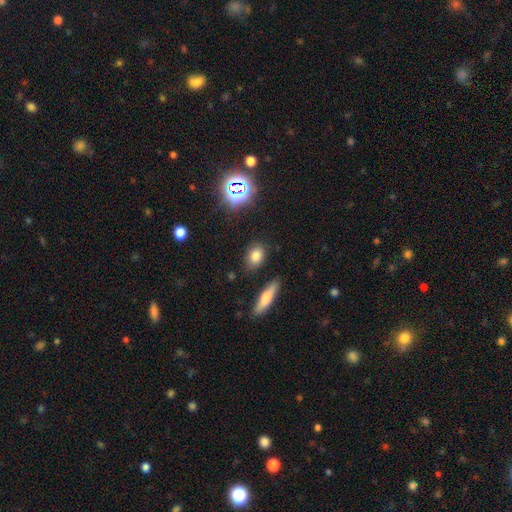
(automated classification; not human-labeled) Overall: smooth (78%). How rounded: in between (65%; round 32%). Merging: none (84%).